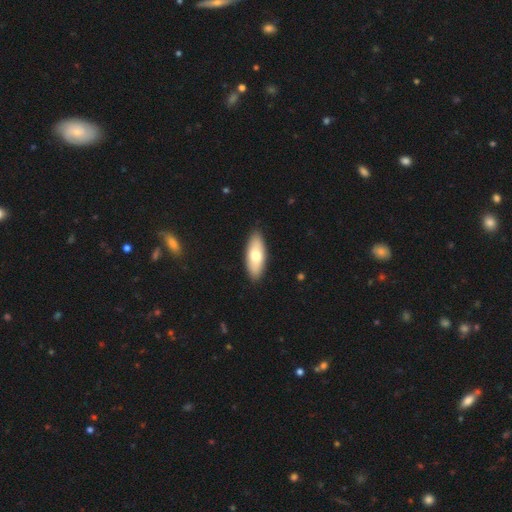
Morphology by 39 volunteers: Q: Smooth or featured?
A: smooth (72%); runner-up: featured or disk (23%)
Q: How rounded?
A: in between (64%); runner-up: cigar-shaped (32%)
Q: Merging?
A: none (89%); runner-up: minor disturbance (11%)